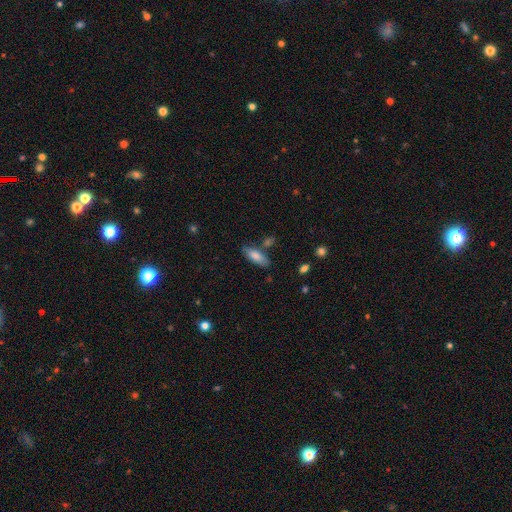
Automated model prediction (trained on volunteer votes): Overall: smooth (80%). How rounded: in between (67%; cigar-shaped 31%). Merging: none (73%).